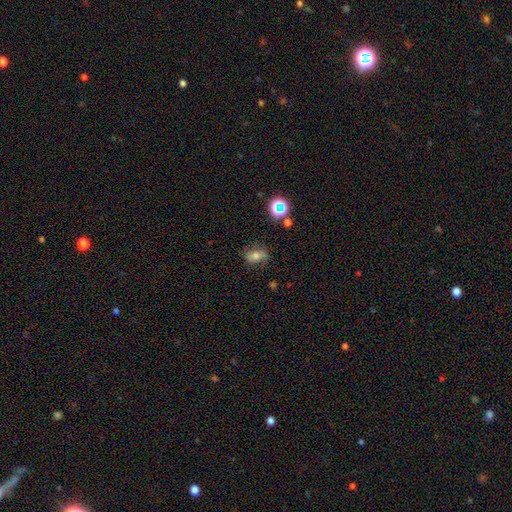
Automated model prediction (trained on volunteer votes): Smooth or featured? Predicted: smooth (p=0.43). Merging? Predicted: none (p=0.69).